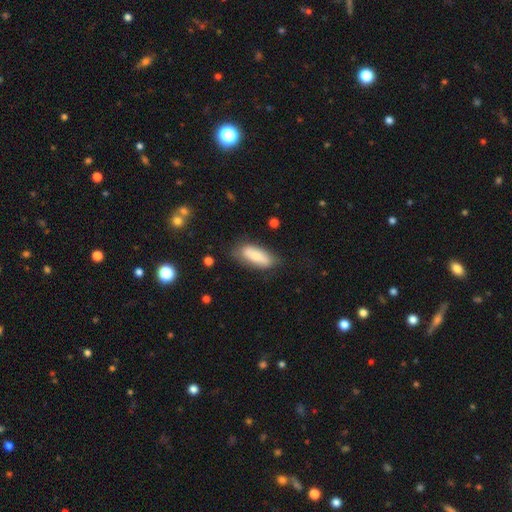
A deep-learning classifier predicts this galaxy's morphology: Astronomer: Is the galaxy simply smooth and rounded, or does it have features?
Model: smooth — 73%.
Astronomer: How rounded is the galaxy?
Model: in between — 76%.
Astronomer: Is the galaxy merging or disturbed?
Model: none — 71%.